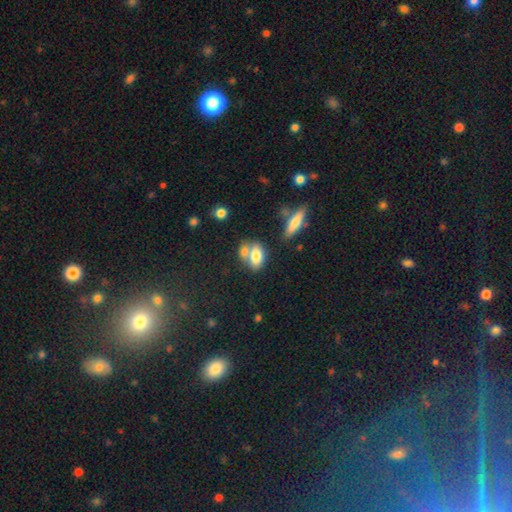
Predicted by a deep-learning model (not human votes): smooth_or_featured: smooth (p=0.77) [alt: featured or disk p=0.15]
how_rounded: in between (p=0.85) [alt: round p=0.10]
merging: merger (p=0.46) [alt: none p=0.38]